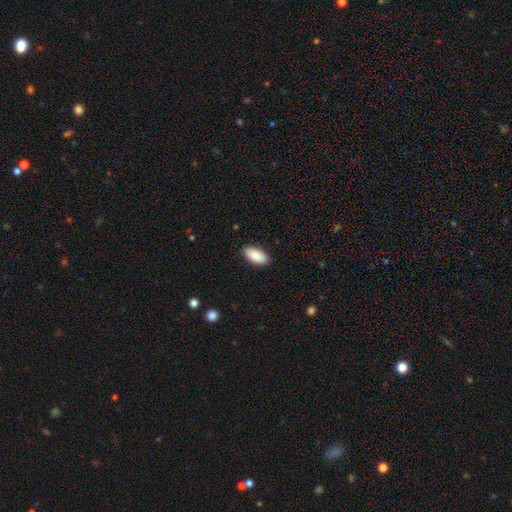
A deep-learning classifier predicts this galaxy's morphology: The model was most divided on "merging": none: 88%, minor disturbance: 9%, major disturbance: 2%, merger: 1%. More confident: how rounded — in between (93%); smooth or featured — smooth (90%).